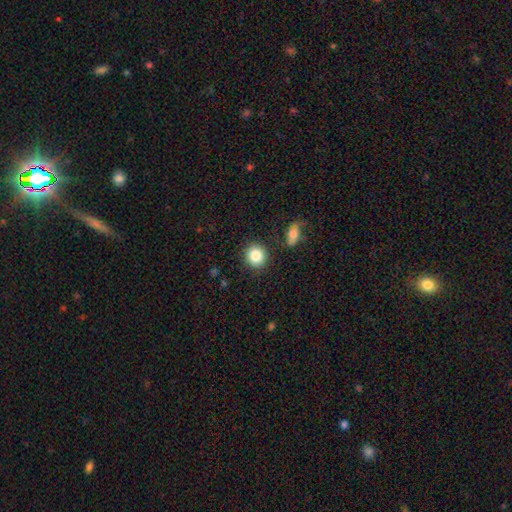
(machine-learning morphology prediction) smooth-or-featured: smooth: 85% | star or artifact: 9% | featured or disk: 7%
  how-rounded: round: 84% | in between: 14% | cigar-shaped: 1%
  merging: none: 86% | minor disturbance: 8% | merger: 4% | major disturbance: 3%